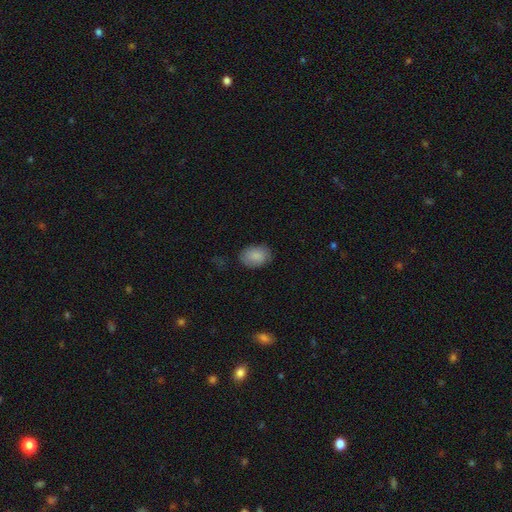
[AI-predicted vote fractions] smooth 86%, star or artifact 7%, featured or disk 7%. Down the decision tree: how rounded — in between (78%); merging — none (77%).